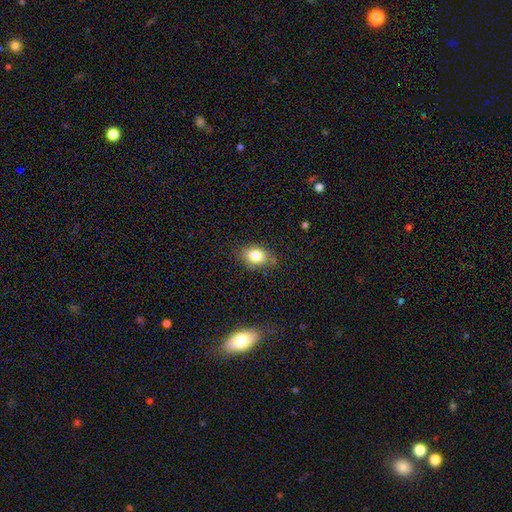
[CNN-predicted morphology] This appears to be a smooth galaxy with no disk features (80%) that is in between round and cigar-shaped (75%). Merging: none (76%).